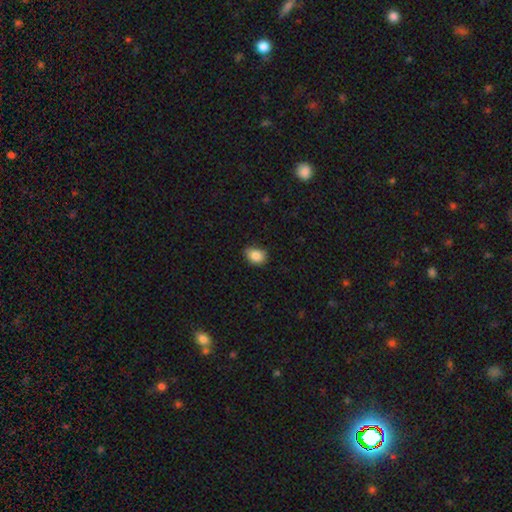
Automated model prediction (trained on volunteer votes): smooth-or-featured: smooth: 86% | star or artifact: 9% | featured or disk: 5%
  how-rounded: in between: 67% | round: 32% | cigar-shaped: 1%
  merging: none: 77% | minor disturbance: 20% | major disturbance: 3% | merger: 1%